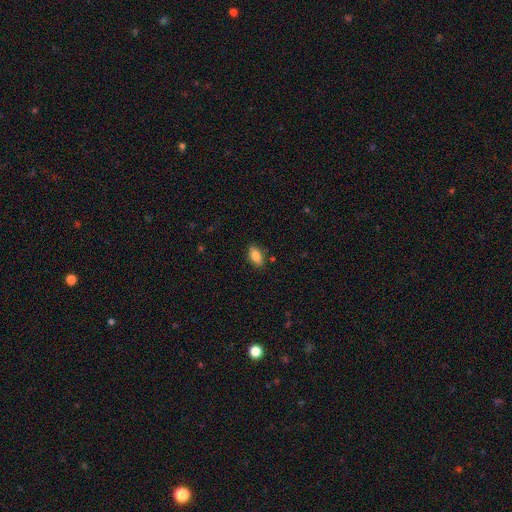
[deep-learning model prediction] Smooth or featured? smooth (86%)
How rounded? in between (91%)
Merging? none (85%)